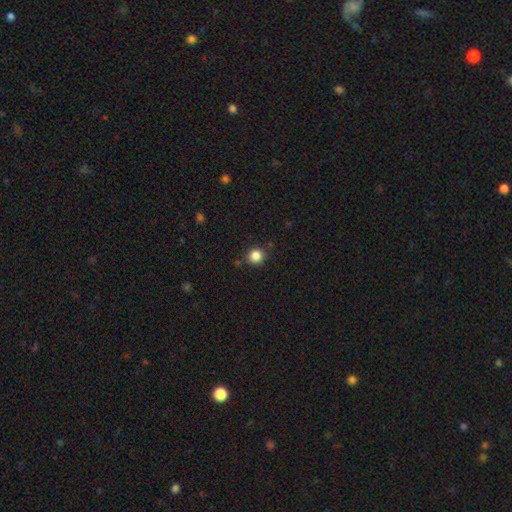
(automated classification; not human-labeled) The model was most divided on "smooth or featured": smooth: 85%, star or artifact: 11%, featured or disk: 4%. More confident: how rounded — round (92%); merging — none (87%).